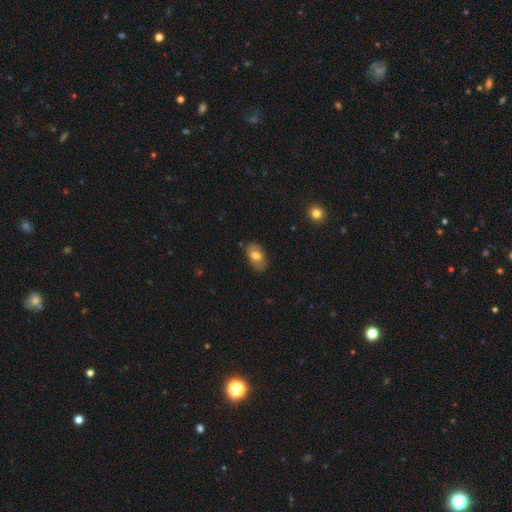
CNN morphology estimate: Smooth or featured? Predicted: smooth (p=0.68). How rounded? Predicted: in between (p=0.91). Merging? Predicted: none (p=0.81).